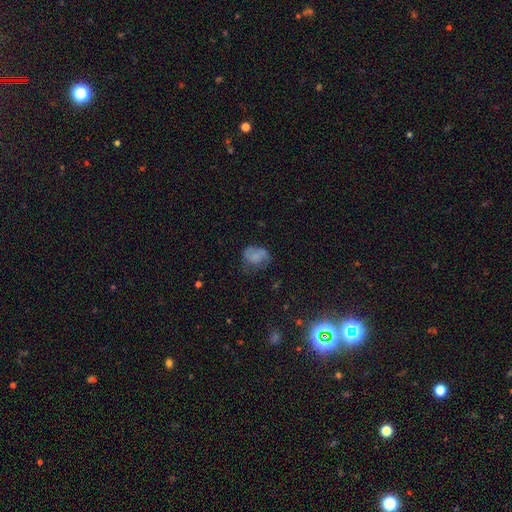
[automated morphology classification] smooth-or-featured: smooth: 59% | featured or disk: 29% | star or artifact: 12%
  how-rounded: in between: 63% | round: 36% | cigar-shaped: 1%
  merging: none: 46% | minor disturbance: 30% | major disturbance: 21% | merger: 3%